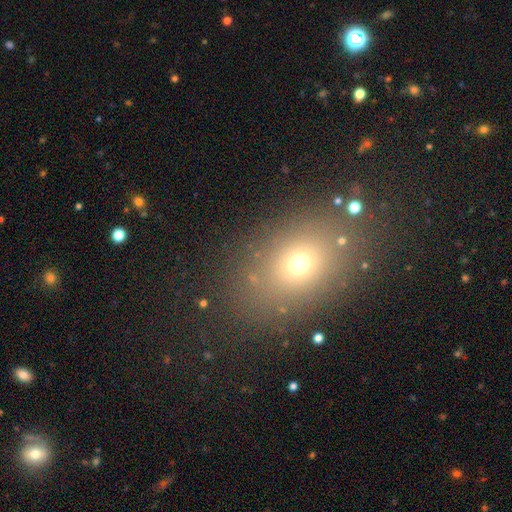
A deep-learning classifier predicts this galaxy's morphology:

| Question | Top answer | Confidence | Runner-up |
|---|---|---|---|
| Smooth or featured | smooth | 64% | star or artifact (23%) |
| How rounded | in between | 63% | round (35%) |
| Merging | none | 82% | minor disturbance (10%) |